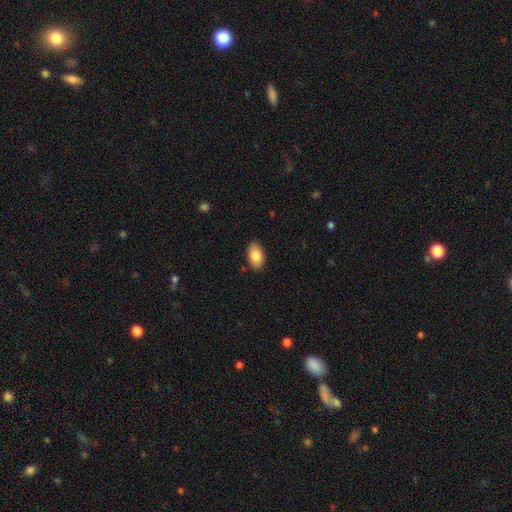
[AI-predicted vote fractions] Smooth or featured? Predicted: smooth (p=0.85). How rounded? Predicted: in between (p=0.93). Merging? Predicted: none (p=0.88).